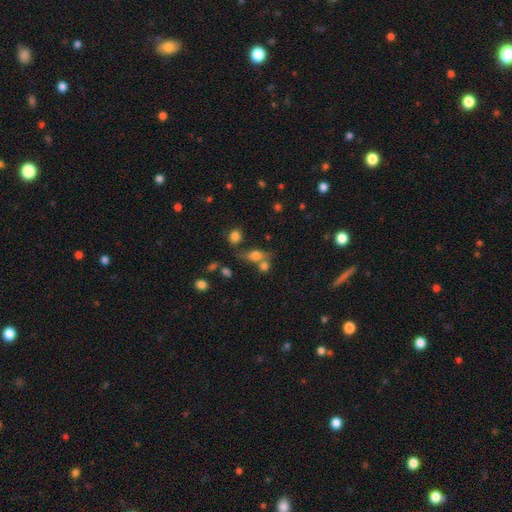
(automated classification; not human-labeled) Morphology: type=smooth (69%); roundness=in between (62%); merging=none (45%).